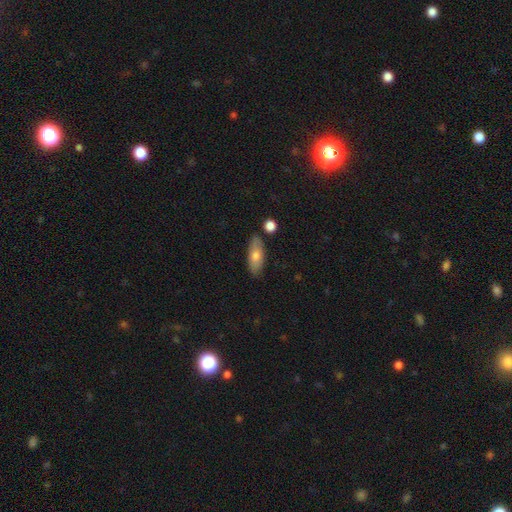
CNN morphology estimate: smooth 72%, featured or disk 21%, star or artifact 6%. Down the decision tree: how rounded — in between (74%); merging — none (80%).